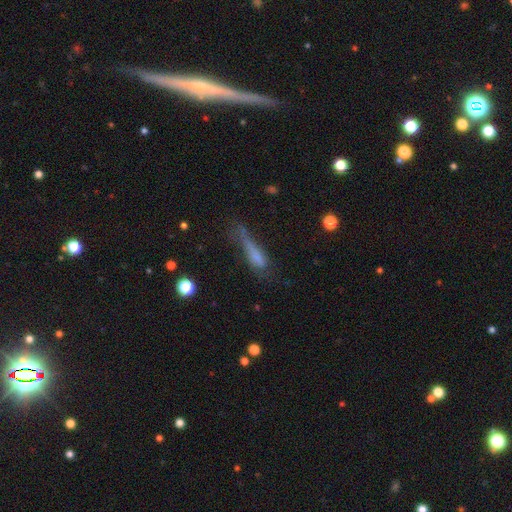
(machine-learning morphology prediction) Overall: smooth (60%; featured or disk 26%). How rounded: cigar-shaped (65%; in between 31%). Merging: major disturbance (42%; minor disturbance 26%).